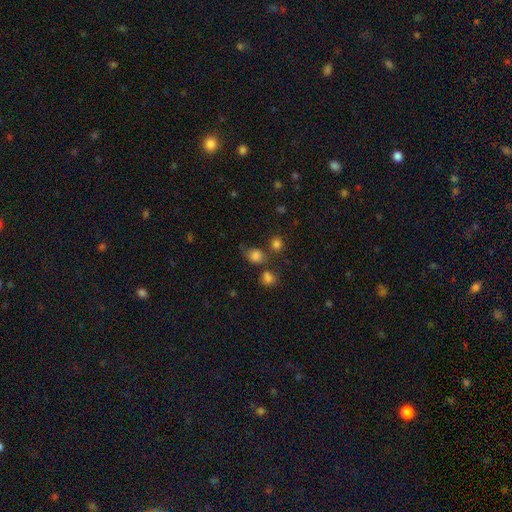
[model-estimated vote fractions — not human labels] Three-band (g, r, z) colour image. It shows a smooth galaxy with no disk features (80%) that is round (63%). Merging: none (60%).